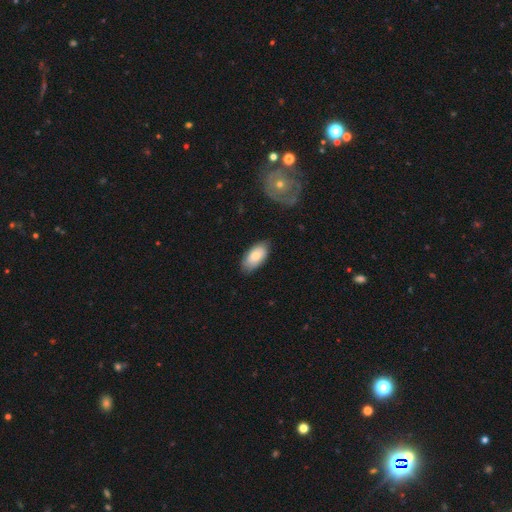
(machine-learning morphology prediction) smooth-or-featured: smooth: 80% | featured or disk: 14% | star or artifact: 6%
  how-rounded: in between: 93% | cigar-shaped: 4% | round: 3%
  merging: none: 77% | minor disturbance: 19% | major disturbance: 3% | merger: 2%